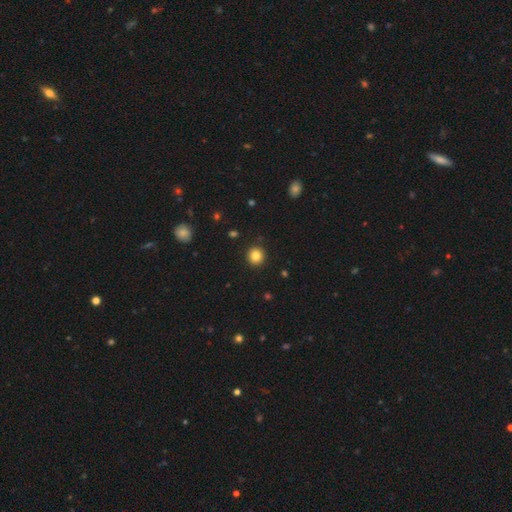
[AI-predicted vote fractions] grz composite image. It shows a smooth galaxy with no disk features (84%) that is round (93%). Merging: none (92%).